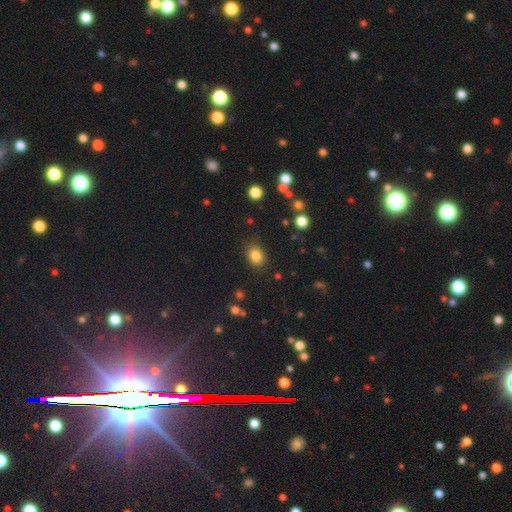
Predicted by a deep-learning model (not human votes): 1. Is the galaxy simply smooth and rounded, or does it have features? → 83% smooth, 12% star or artifact, 6% featured or disk.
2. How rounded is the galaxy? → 53% in between, 46% round, 1% cigar-shaped.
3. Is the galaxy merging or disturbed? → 82% none, 12% minor disturbance, 4% major disturbance, 2% merger.